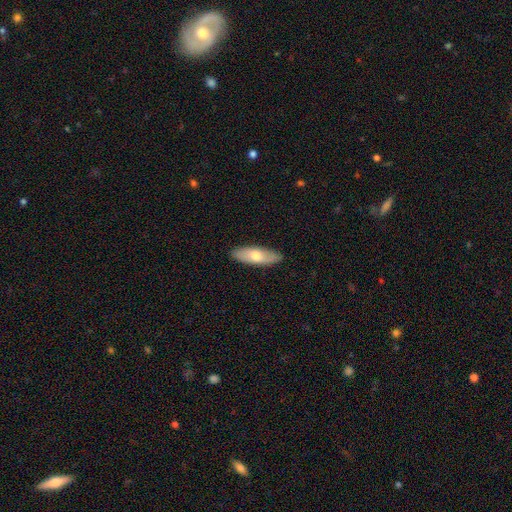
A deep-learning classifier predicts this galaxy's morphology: A smooth galaxy with no disk features (67%) that is in between round and cigar-shaped (59%). Merging: none (89%).